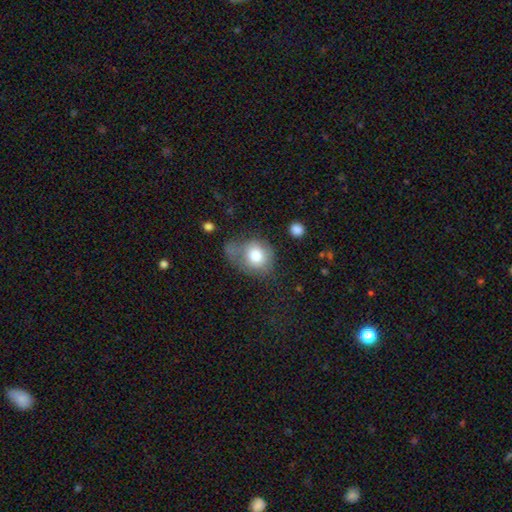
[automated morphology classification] smooth-or-featured: smooth: 76% | featured or disk: 14% | star or artifact: 10%
  how-rounded: round: 69% | in between: 30% | cigar-shaped: 1%
  merging: none: 35% | minor disturbance: 28% | major disturbance: 27% | merger: 10%